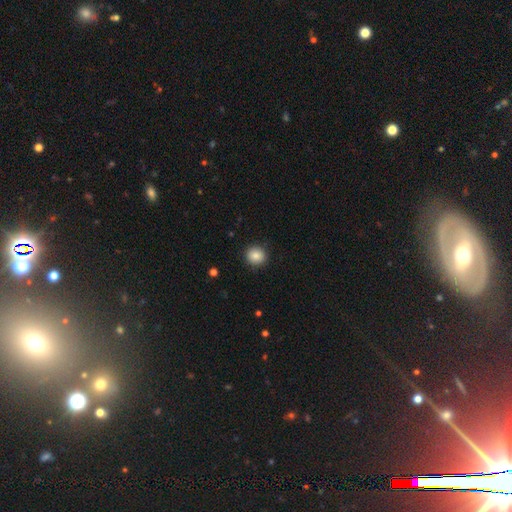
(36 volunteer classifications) smooth-or-featured: smooth: 94% | star or artifact: 6% | featured or disk: 0%
  how-rounded: round: 85% | in between: 12% | cigar-shaped: 3%
  merging: none: 85% | minor disturbance: 12% | major disturbance: 3% | merger: 0%